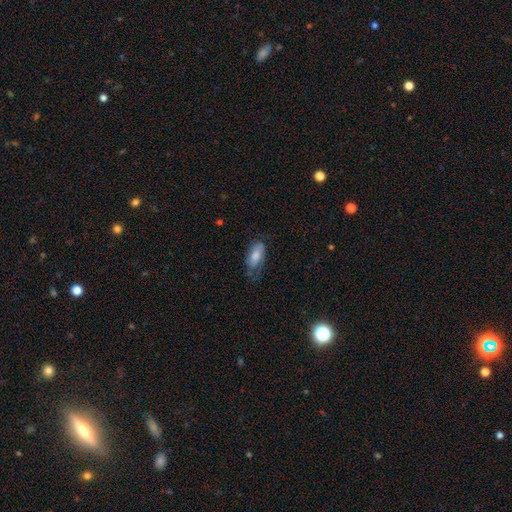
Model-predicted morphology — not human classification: smooth-or-featured: smooth: 70% | featured or disk: 24% | star or artifact: 7%
  how-rounded: in between: 86% | cigar-shaped: 11% | round: 3%
  merging: none: 46% | minor disturbance: 33% | major disturbance: 20% | merger: 2%